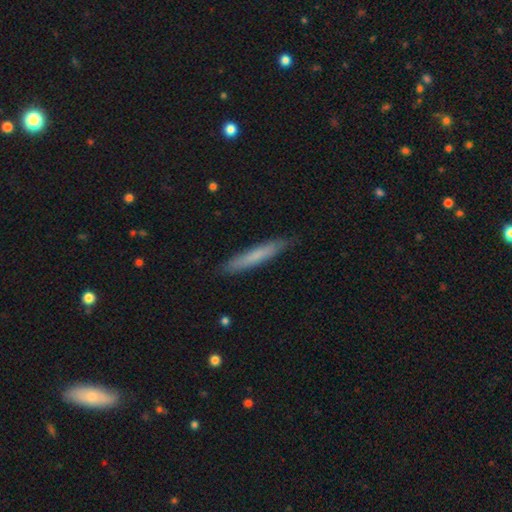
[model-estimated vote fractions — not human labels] This is likely a smooth galaxy (71%). How rounded: clearly cigar-shaped (93%). Merging: clearly none (86%).